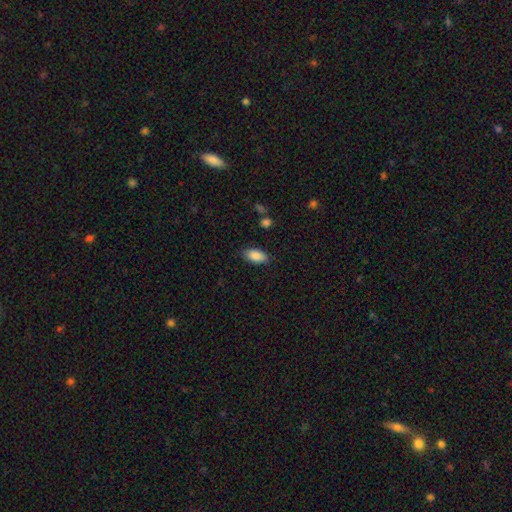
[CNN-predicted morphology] Q: Smooth or featured?
A: smooth (88%); runner-up: star or artifact (7%)
Q: How rounded?
A: in between (91%); runner-up: cigar-shaped (6%)
Q: Merging?
A: none (86%); runner-up: minor disturbance (10%)